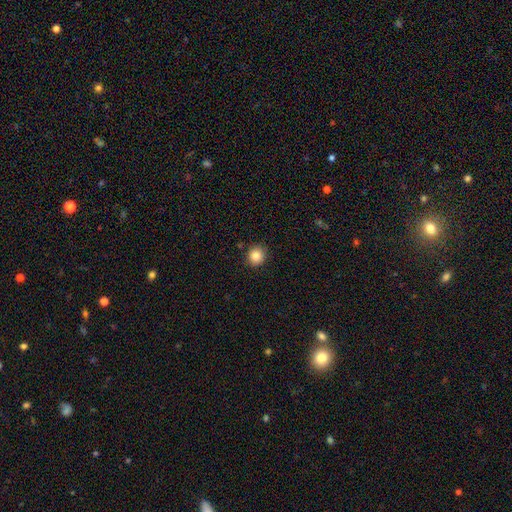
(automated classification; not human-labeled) This appears to be a smooth galaxy with no disk features (83%) that is round (89%). Merging: none (90%).